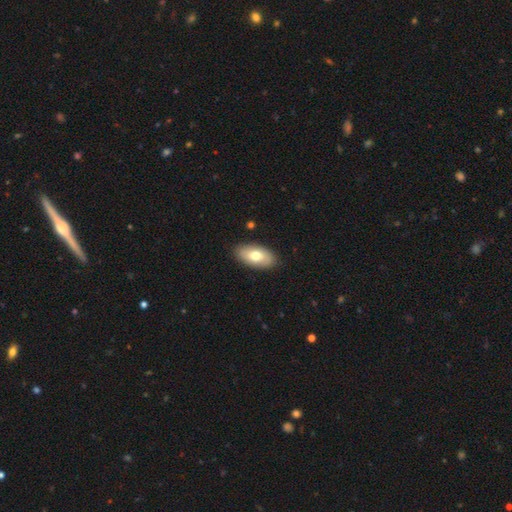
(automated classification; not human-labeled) Q: Smooth or featured?
A: smooth (72%); runner-up: featured or disk (22%)
Q: How rounded?
A: in between (94%); runner-up: cigar-shaped (3%)
Q: Merging?
A: none (87%); runner-up: minor disturbance (9%)